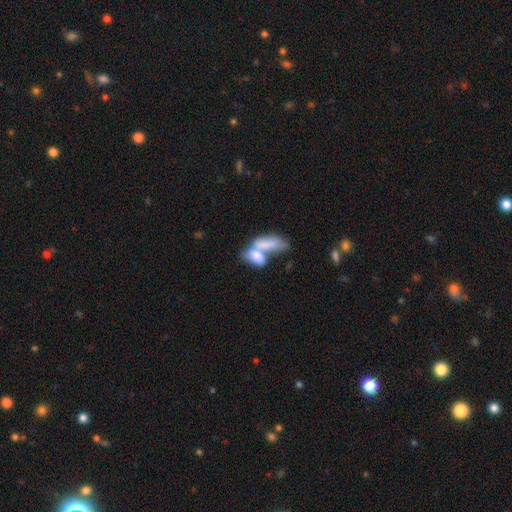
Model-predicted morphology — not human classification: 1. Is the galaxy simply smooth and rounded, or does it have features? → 74% smooth, 19% featured or disk, 7% star or artifact.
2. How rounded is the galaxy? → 83% in between, 11% cigar-shaped, 6% round.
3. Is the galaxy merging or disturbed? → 72% merger, 14% none, 7% major disturbance, 7% minor disturbance.